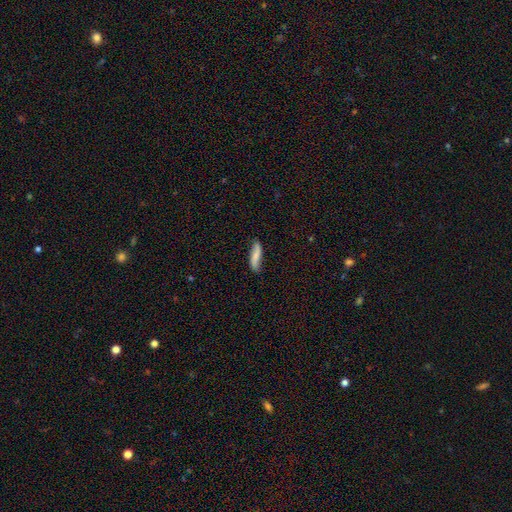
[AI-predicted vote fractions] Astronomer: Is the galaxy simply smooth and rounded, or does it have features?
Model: smooth — 62%.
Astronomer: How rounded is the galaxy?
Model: cigar-shaped — 68%.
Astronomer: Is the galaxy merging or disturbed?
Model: none — 74%.